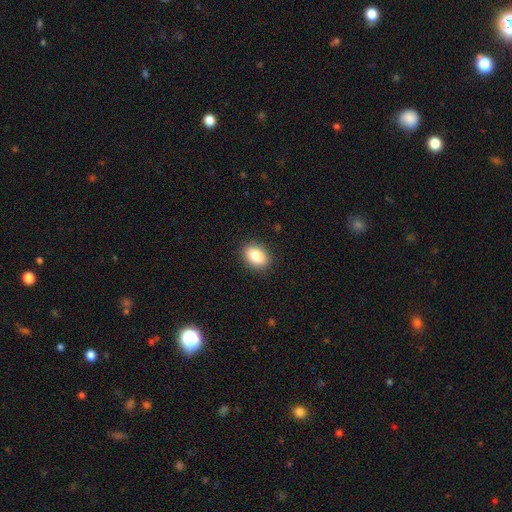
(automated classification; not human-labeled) This is clearly a smooth galaxy (87%). How rounded: likely in between (80%). Merging: clearly none (89%).